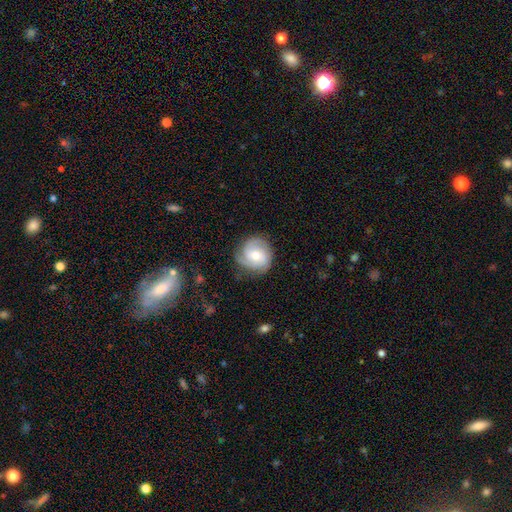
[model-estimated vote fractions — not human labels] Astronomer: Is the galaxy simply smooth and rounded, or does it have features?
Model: featured or disk — 70%.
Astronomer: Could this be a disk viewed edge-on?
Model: no — 98%.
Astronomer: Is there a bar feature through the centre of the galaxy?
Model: no — 64%.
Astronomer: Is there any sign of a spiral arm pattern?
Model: yes — 93%.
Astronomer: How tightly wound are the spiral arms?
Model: tight — 54% (runner-up: medium, 36%).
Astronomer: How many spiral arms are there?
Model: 3 — 41% (runner-up: 2, 28%).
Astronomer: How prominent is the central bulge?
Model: moderate — 61%.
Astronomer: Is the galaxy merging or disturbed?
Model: none — 75%.